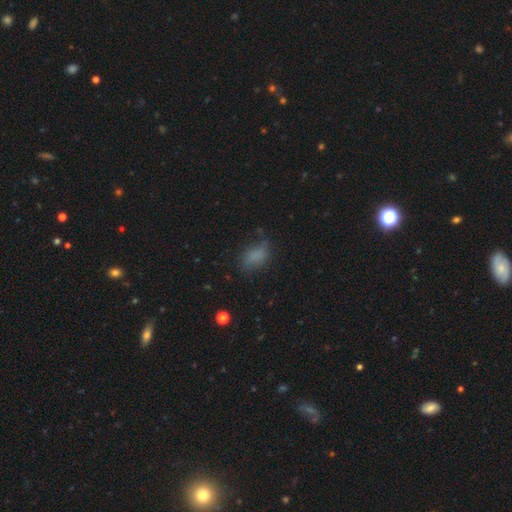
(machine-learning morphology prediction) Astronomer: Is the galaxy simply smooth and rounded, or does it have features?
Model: smooth — 77%.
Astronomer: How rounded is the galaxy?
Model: in between — 86%.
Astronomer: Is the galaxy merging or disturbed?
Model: none — 61%.